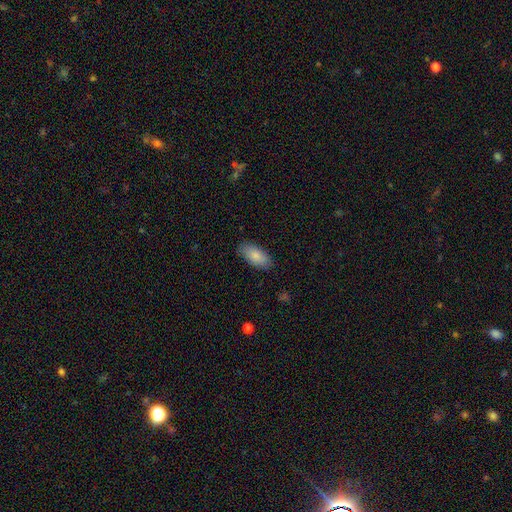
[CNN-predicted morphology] A smooth galaxy with no disk features (85%) that is in between round and cigar-shaped (91%). Merging: none (86%).